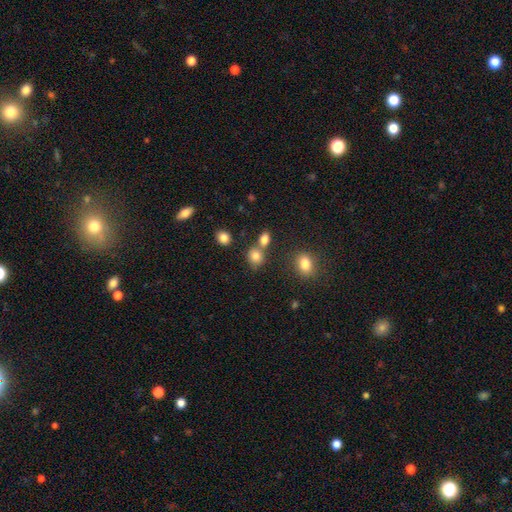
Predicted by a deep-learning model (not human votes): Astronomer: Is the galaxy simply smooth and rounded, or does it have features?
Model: smooth — 80%.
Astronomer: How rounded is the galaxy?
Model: round — 69%.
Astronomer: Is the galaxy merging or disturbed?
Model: none — 60%.